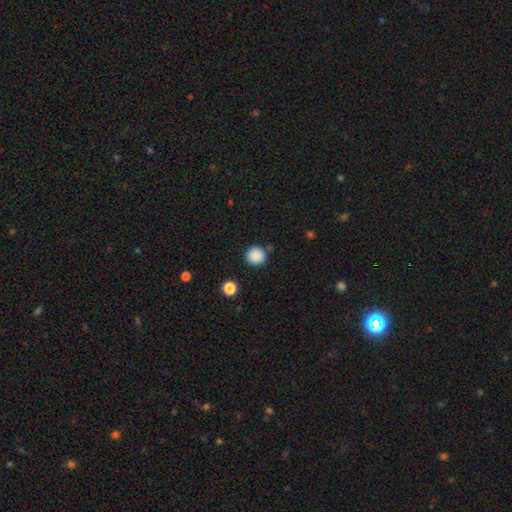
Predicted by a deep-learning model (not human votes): Smooth or featured: smooth — 87% (star or artifact — 10%)
How rounded: round — 93% (in between — 6%)
Merging: none — 86% (minor disturbance — 8%)